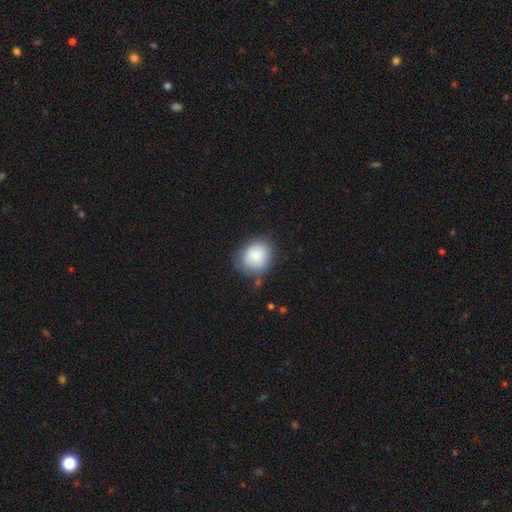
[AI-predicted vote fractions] Smooth or featured: smooth — 85% (featured or disk — 8%)
How rounded: round — 64% (in between — 35%)
Merging: none — 70% (minor disturbance — 21%)